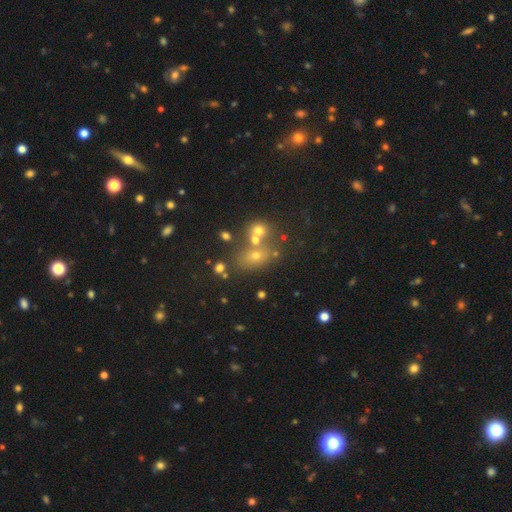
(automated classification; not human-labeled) This is possibly a smooth galaxy (53%). How rounded: possibly in between (55%). Merging: possibly none (51%).